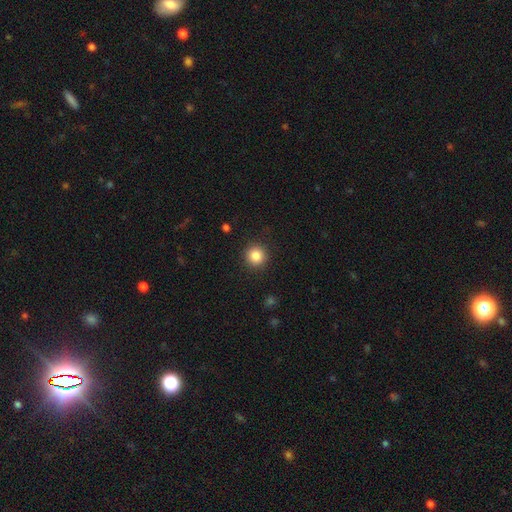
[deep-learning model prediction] Overall: smooth (85%). How rounded: round (95%). Merging: none (91%).